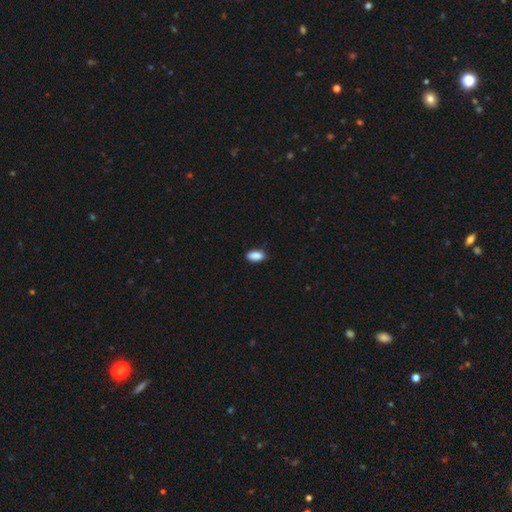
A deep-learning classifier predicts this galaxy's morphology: smooth 88%, star or artifact 8%, featured or disk 4%. Down the decision tree: how rounded — in between (90%); merging — none (84%).